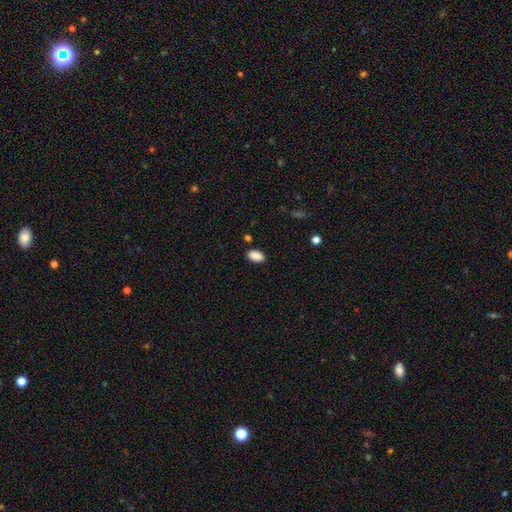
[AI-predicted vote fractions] This appears to be a smooth galaxy with no disk features (89%) that is in between round and cigar-shaped (93%). Merging: none (87%).